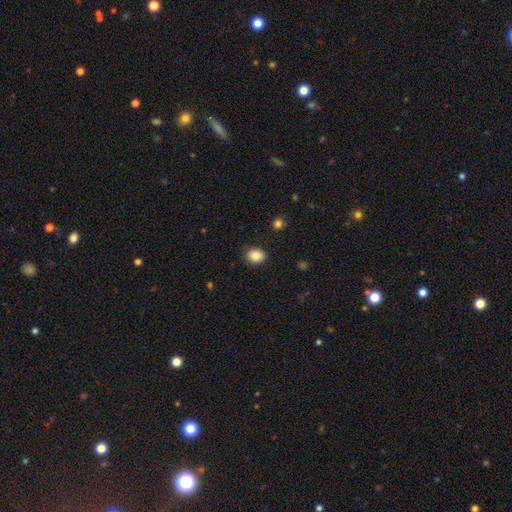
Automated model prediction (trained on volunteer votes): A smooth galaxy with no disk features (87%) that is round (61%).

Vote fractions:
- Smooth or featured? smooth: 87% / star or artifact: 9% / featured or disk: 4%
- How rounded? round: 61% / in between: 38% / cigar-shaped: 1%
- Merging? none: 85% / minor disturbance: 11% / major disturbance: 3% / merger: 1%